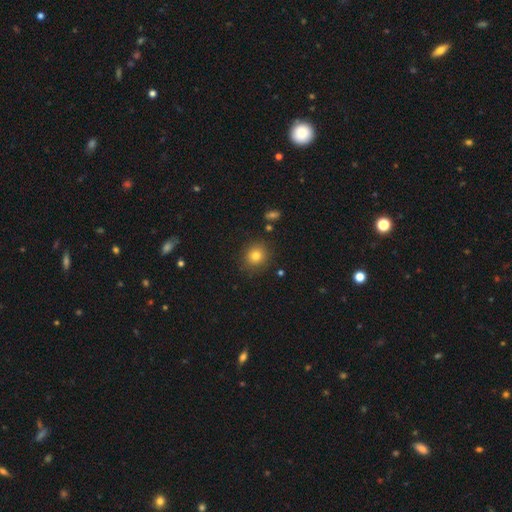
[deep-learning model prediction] Smooth or featured?
  - smooth: 79% *
  - star or artifact: 13%
  - featured or disk: 8%
How rounded?
  - round: 84% *
  - in between: 15%
  - cigar-shaped: 1%
Merging?
  - none: 86% *
  - minor disturbance: 9%
  - major disturbance: 3%
  - merger: 2%